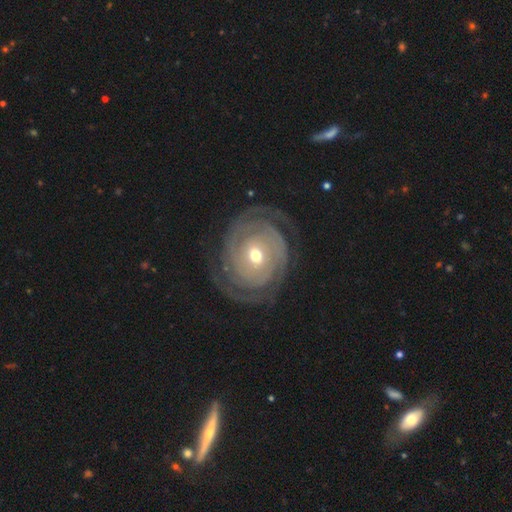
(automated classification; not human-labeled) Smooth or featured? featured or disk (89%)
Edge-on disk? no (97%)
Bar? no (63%)
Spiral arms? yes (96%)
Spiral winding? tight (75%)
Spiral arm count? 2 (56%)
Bulge size? moderate (58%)
Merging? none (76%)